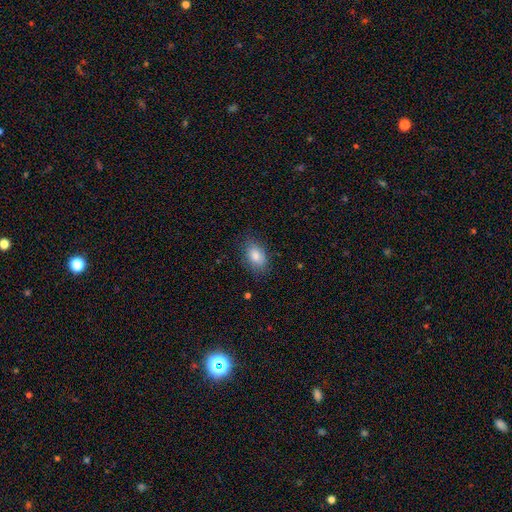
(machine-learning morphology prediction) Smooth or featured? Predicted: smooth (p=0.82). How rounded? Predicted: in between (p=0.86). Merging? Predicted: none (p=0.80).